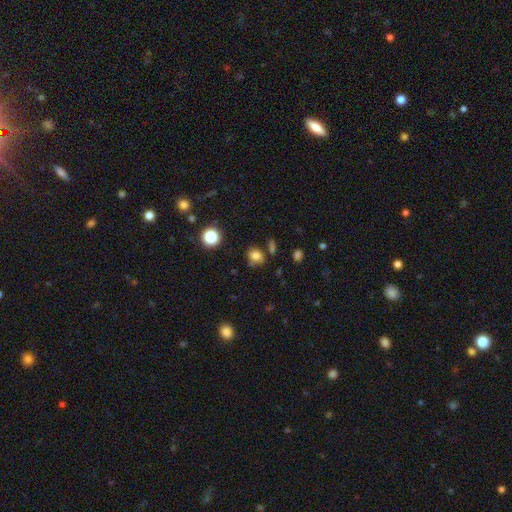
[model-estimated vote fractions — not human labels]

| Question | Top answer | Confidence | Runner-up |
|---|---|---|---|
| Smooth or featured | smooth | 79% | star or artifact (15%) |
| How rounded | in between | 50% | round (48%) |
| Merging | none | 68% | minor disturbance (18%) |